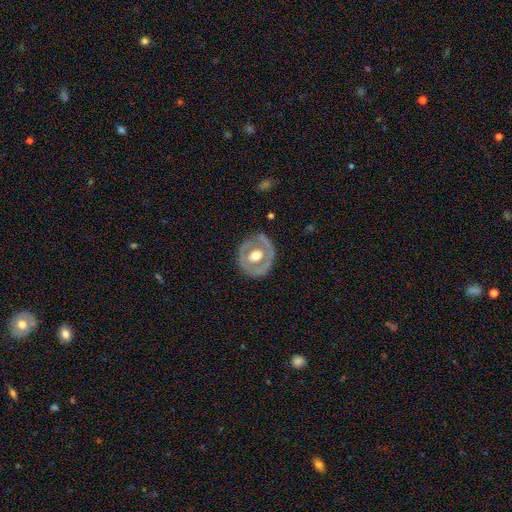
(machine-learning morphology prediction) smooth-or-featured: featured or disk: 63% | smooth: 33% | star or artifact: 5%
  disk-edge-on: no: 94% | yes: 6%
    bar: no: 76% | weak: 18% | strong: 6%
    has-spiral-arms: no: 83% | yes: 17%
    bulge-size: moderate: 62% | large: 31% | small: 4% | dominant: 2% | none: 1%
  merging: none: 77% | minor disturbance: 16% | major disturbance: 6% | merger: 2%